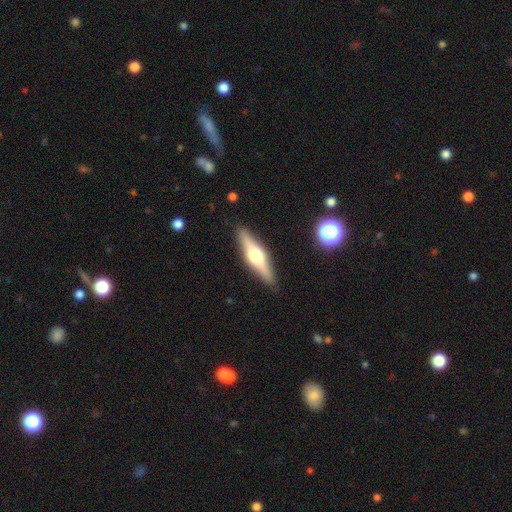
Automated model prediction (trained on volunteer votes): smooth-or-featured: featured or disk: 63% | smooth: 31% | star or artifact: 6%
  disk-edge-on: yes: 95% | no: 5%
    edge-on-bulge: rounded: 93% | boxy: 5% | none: 2%
  merging: none: 89% | minor disturbance: 8% | major disturbance: 2% | merger: 1%